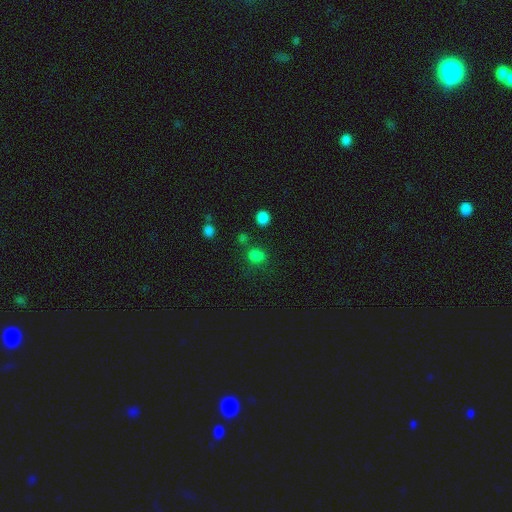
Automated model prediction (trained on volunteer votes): Smooth or featured? Predicted: smooth (p=0.75). How rounded? Predicted: round (p=0.64). Merging? Predicted: none (p=0.67).